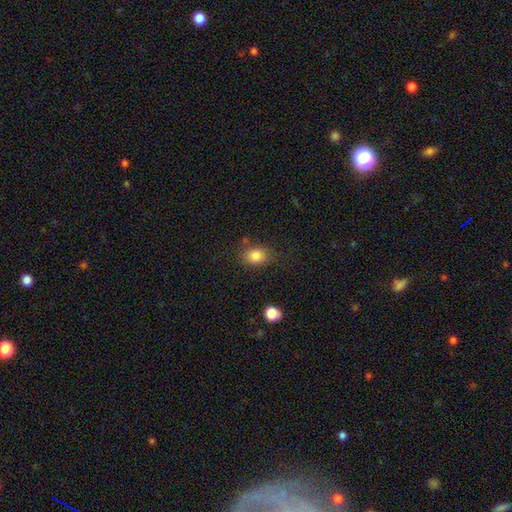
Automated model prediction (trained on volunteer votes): The model was most divided on "how rounded": in between: 60%, round: 39%, cigar-shaped: 1%. More confident: smooth or featured — smooth (83%); merging — none (74%).